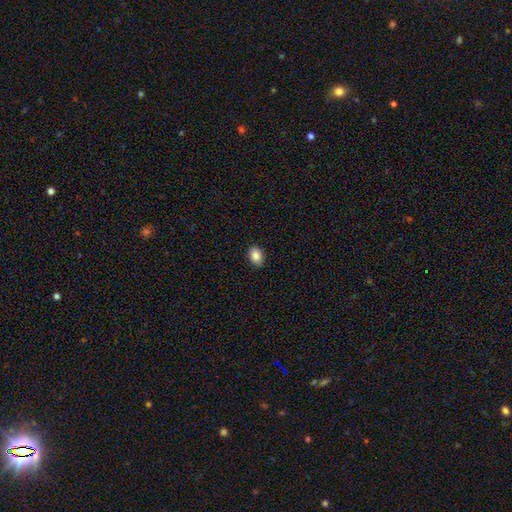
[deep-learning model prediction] This appears to be a smooth galaxy with no disk features (87%) that is in between round and cigar-shaped (77%). Merging: none (90%).